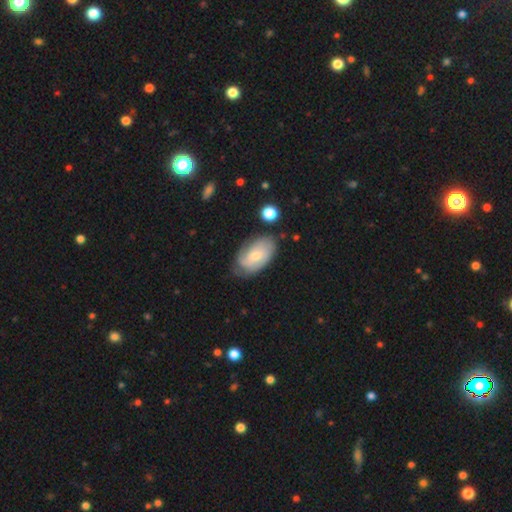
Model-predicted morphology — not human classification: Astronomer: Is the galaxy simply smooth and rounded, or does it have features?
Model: featured or disk — 60%.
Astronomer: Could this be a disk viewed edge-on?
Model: no — 95%.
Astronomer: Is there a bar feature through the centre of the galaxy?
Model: no — 62%.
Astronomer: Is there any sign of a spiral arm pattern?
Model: yes — 87%.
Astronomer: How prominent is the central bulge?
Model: small — 55% (runner-up: moderate, 39%).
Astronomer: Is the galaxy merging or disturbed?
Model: none — 64%.